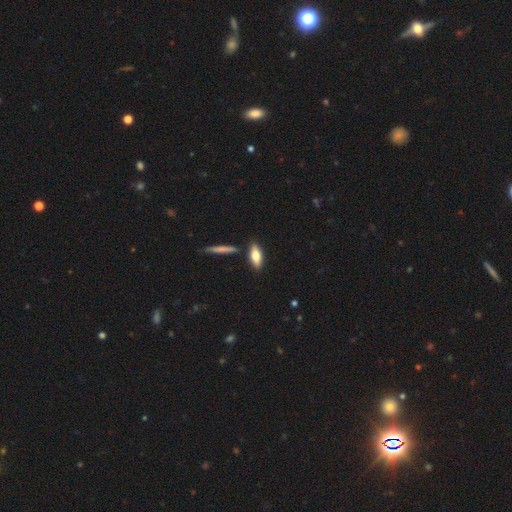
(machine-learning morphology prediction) smooth_or_featured: smooth (p=0.74) [alt: featured or disk p=0.20]
how_rounded: in between (p=0.65) [alt: cigar-shaped p=0.32]
merging: none (p=0.82) [alt: minor disturbance p=0.10]